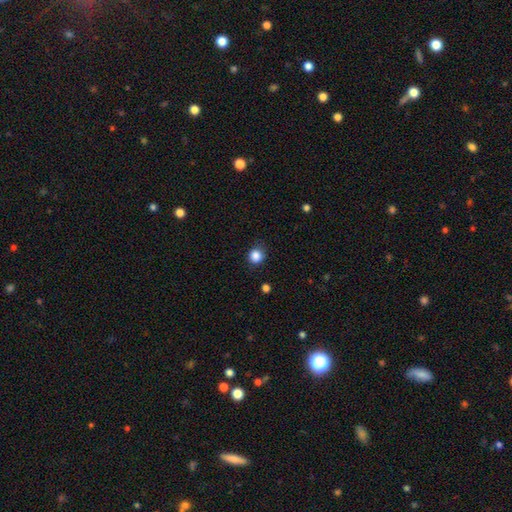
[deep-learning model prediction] The model was most divided on "merging": none: 83%, minor disturbance: 13%, major disturbance: 3%, merger: 1%. More confident: smooth or featured — smooth (86%); how rounded — round (85%).